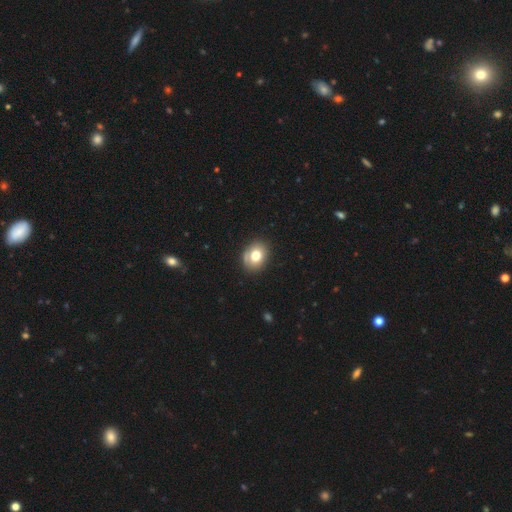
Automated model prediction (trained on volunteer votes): A smooth galaxy with no disk features (73%) that is round (50%). Merging: none (79%).